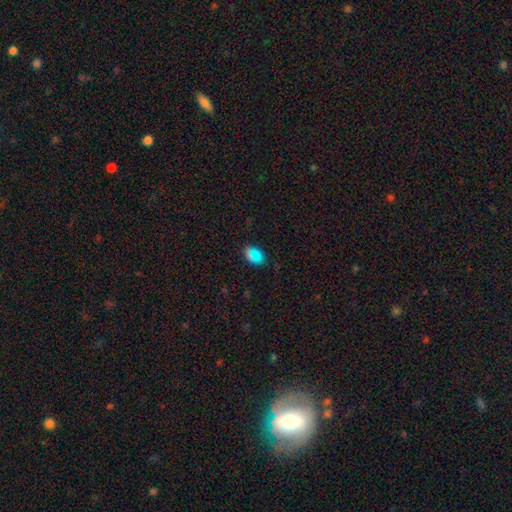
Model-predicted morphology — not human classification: Overall: smooth (67%). How rounded: in between (88%). Merging: none (79%).